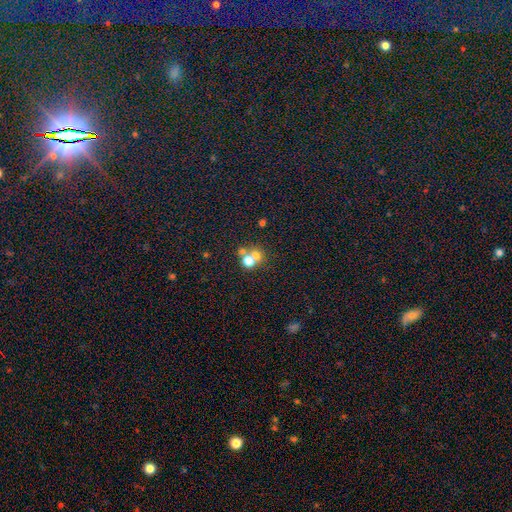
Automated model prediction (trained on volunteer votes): A smooth galaxy with no disk features (66%) that is round (82%).

Vote fractions:
- Smooth or featured? smooth: 66% / featured or disk: 18% / star or artifact: 15%
- How rounded? round: 82% / in between: 17% / cigar-shaped: 1%
- Merging? merger: 58% / none: 34% / minor disturbance: 5% / major disturbance: 3%